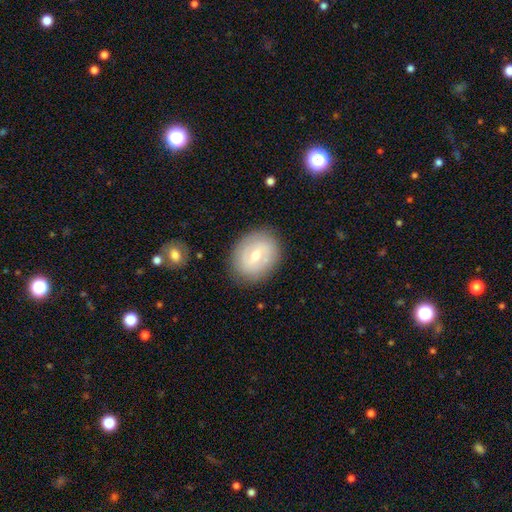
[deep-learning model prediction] A featured or disk galaxy (54%) with a weak bar (50%), spiral arms (65%) and a moderate central bulge (51%).

Vote fractions:
- Smooth or featured? featured or disk: 54% / smooth: 39% / star or artifact: 7%
- Edge-on disk? no: 96% / yes: 4%
- Bar? weak: 50% / no: 38% / strong: 12%
- Spiral arms? yes: 65% / no: 35%
- Bulge size? moderate: 51% / small: 44% / large: 2% / none: 1% / dominant: 1%
- Merging? none: 83% / minor disturbance: 12% / major disturbance: 4% / merger: 2%